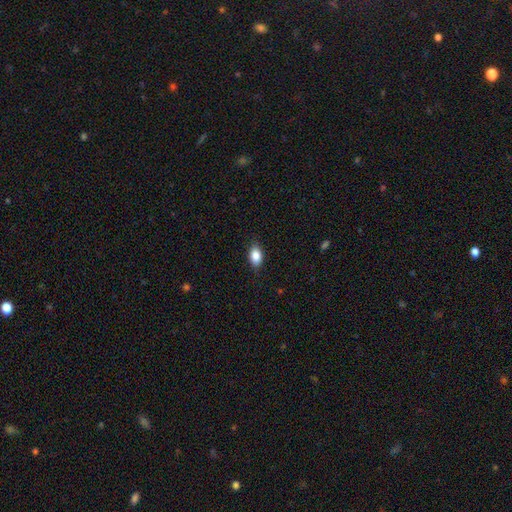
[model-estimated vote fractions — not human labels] Morphology: type=smooth (85%); roundness=in between (87%); merging=none (85%).